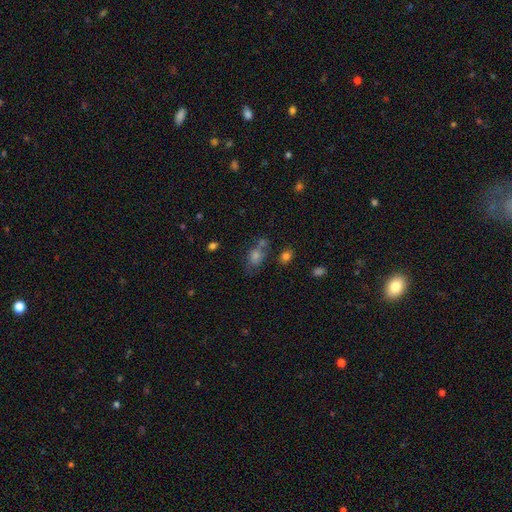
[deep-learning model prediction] smooth_or_featured: smooth (p=0.61) [alt: star or artifact p=0.23]
how_rounded: in between (p=0.62) [alt: round p=0.35]
merging: none (p=0.52) [alt: merger p=0.22]